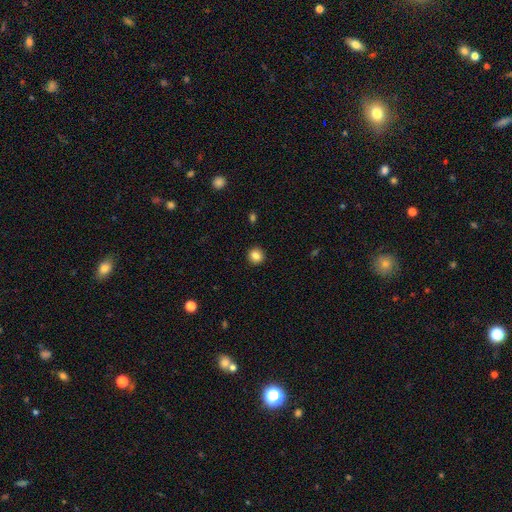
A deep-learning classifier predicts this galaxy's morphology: Smooth or featured?
  - smooth: 85% *
  - star or artifact: 10%
  - featured or disk: 6%
How rounded?
  - round: 90% *
  - in between: 9%
  - cigar-shaped: 1%
Merging?
  - none: 93% *
  - minor disturbance: 5%
  - major disturbance: 2%
  - merger: 1%